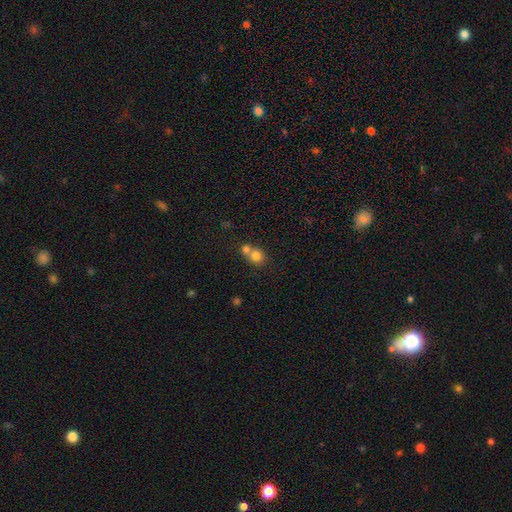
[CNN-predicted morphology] Overall: smooth (78%). How rounded: round (79%). Merging: merger (52%; none 40%).